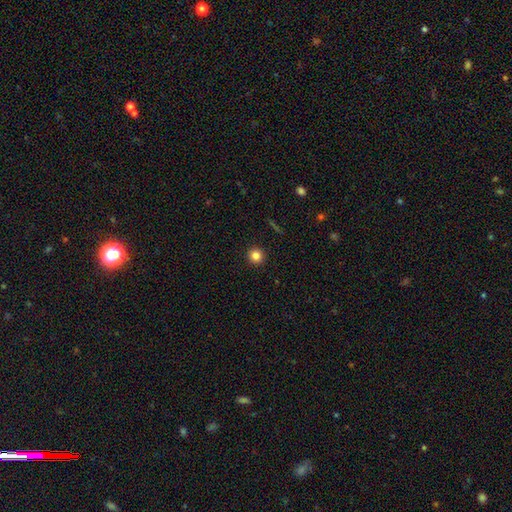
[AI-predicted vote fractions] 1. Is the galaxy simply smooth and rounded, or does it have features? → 83% smooth, 12% star or artifact, 5% featured or disk.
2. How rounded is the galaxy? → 95% round, 4% in between, 1% cigar-shaped.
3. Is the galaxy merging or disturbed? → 93% none, 4% minor disturbance, 2% major disturbance, 1% merger.